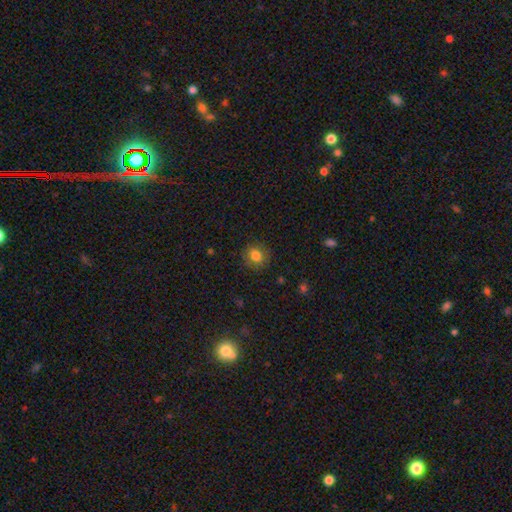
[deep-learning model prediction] This is clearly a smooth galaxy (81%). How rounded: clearly round (81%). Merging: clearly none (86%).